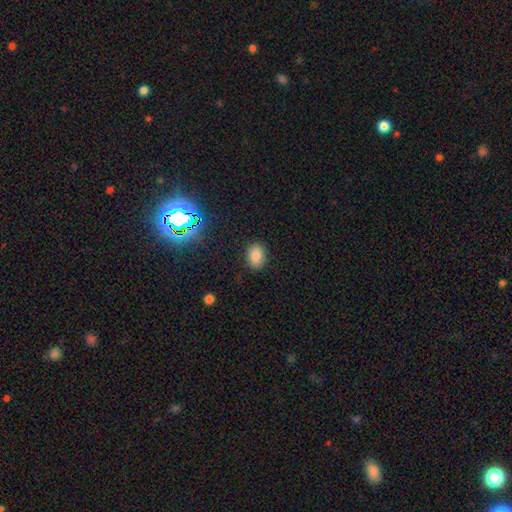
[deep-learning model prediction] The model was most divided on "how rounded": in between: 68%, round: 31%, cigar-shaped: 1%. More confident: merging — none (87%); smooth or featured — smooth (80%).